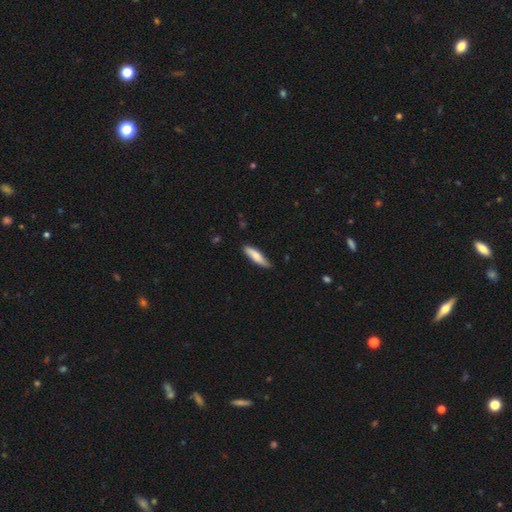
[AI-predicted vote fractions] A smooth galaxy with no disk features (73%) that is cigar-shaped (73%). Merging: none (82%).